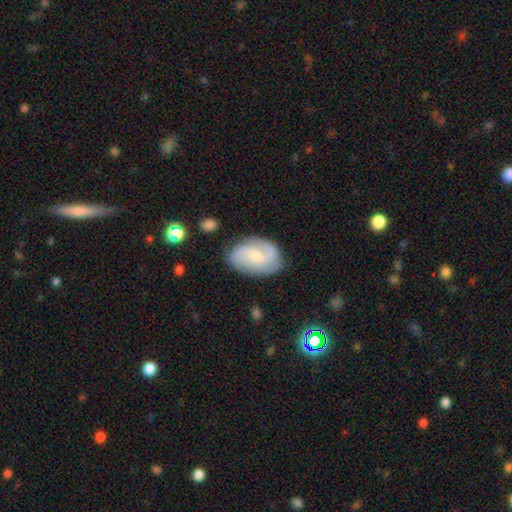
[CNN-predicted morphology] The model was most divided on "bar": no: 50%, weak: 42%, strong: 8%. Remaining: edge-on disk — no (97%); spiral arms — yes (93%); merging — none (76%); spiral arm count — 2 (69%); smooth or featured — featured or disk (66%); bulge size — small (51%); spiral winding — medium (45%).